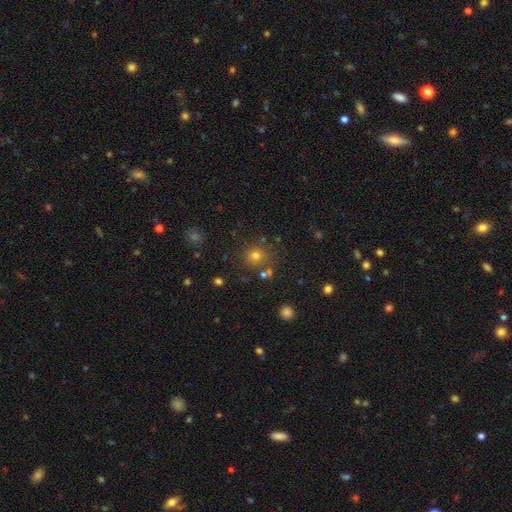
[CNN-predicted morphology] Smooth or featured: smooth — 71% (star or artifact — 20%)
How rounded: round — 89% (in between — 10%)
Merging: none — 78% (minor disturbance — 10%)